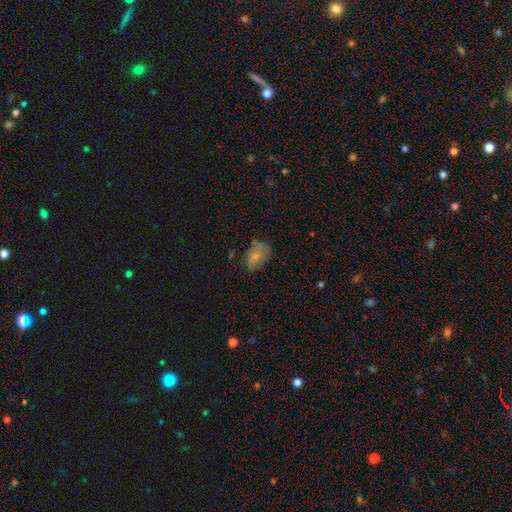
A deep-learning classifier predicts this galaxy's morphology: smooth 73%, featured or disk 16%, star or artifact 10%. Down the decision tree: how rounded — in between (80%); merging — none (58%).